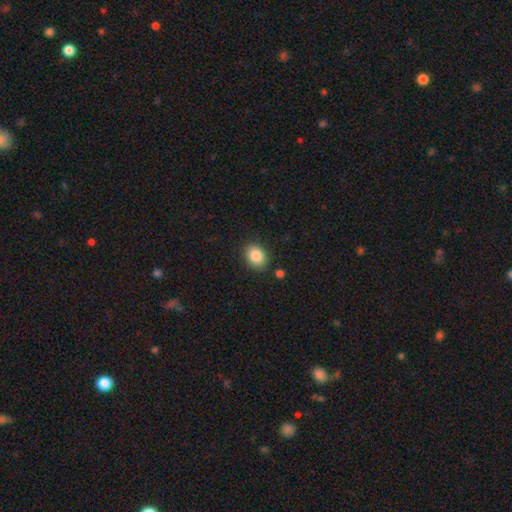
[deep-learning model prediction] Smooth or featured? smooth (87%)
How rounded? in between (61%)
Merging? none (86%)